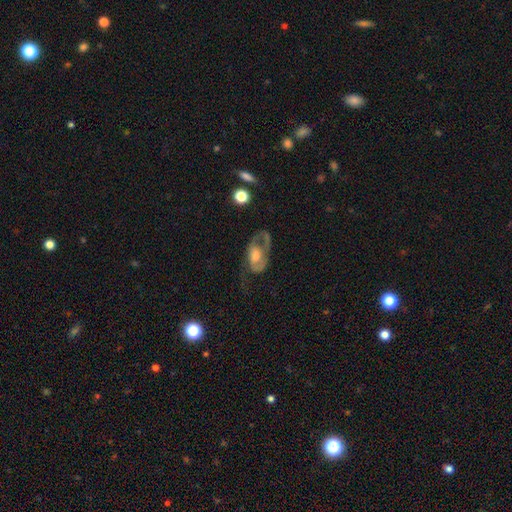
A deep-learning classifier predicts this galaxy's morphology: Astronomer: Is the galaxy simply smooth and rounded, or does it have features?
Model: featured or disk — 65%.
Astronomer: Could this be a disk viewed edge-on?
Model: no — 93%.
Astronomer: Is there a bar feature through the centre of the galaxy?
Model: no — 64%.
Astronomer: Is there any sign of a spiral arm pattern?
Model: yes — 64%.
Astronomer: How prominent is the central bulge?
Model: moderate — 54%.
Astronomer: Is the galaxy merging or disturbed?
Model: none — 40% (runner-up: major disturbance, 36%).